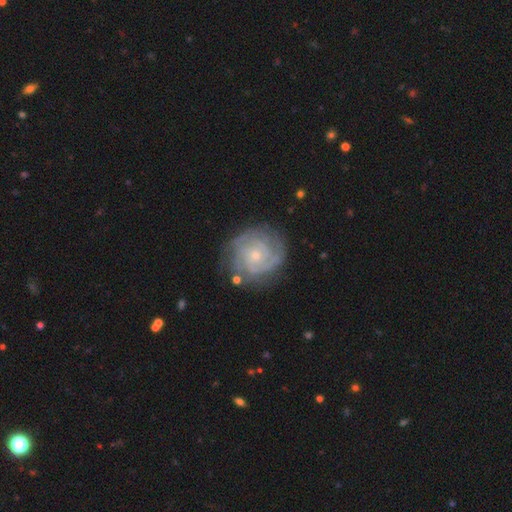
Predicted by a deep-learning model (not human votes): Smooth or featured: featured or disk — 87% (smooth — 8%)
Edge-on disk: no — 98% (yes — 2%)
Bar: no — 77% (weak — 20%)
Spiral arms: yes — 97% (no — 3%)
Spiral winding: tight — 76% (medium — 21%)
Spiral arm count: 3 — 29% (2 — 27%)
Bulge size: small — 75% (moderate — 21%)
Merging: none — 78% (minor disturbance — 15%)